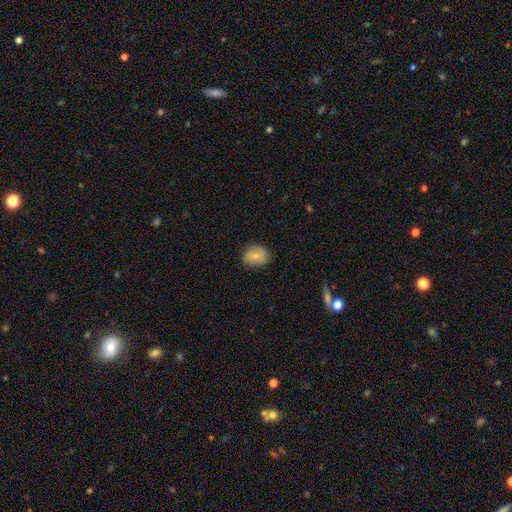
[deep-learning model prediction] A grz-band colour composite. It shows a smooth galaxy with no disk features (79%) that is in between round and cigar-shaped (54%). Merging: none (80%).